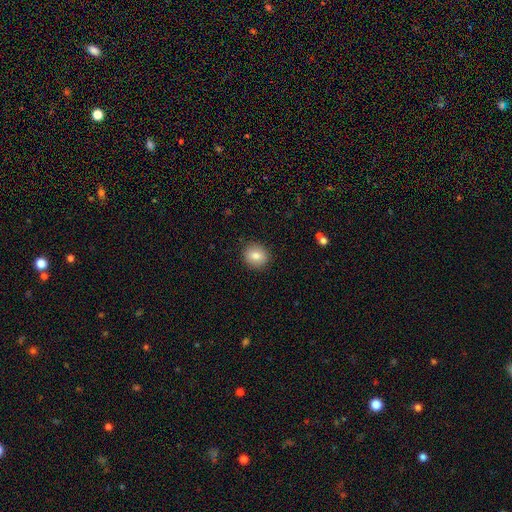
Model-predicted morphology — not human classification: This appears to be a smooth galaxy with no disk features (81%) that is round (78%). Merging: none (90%).